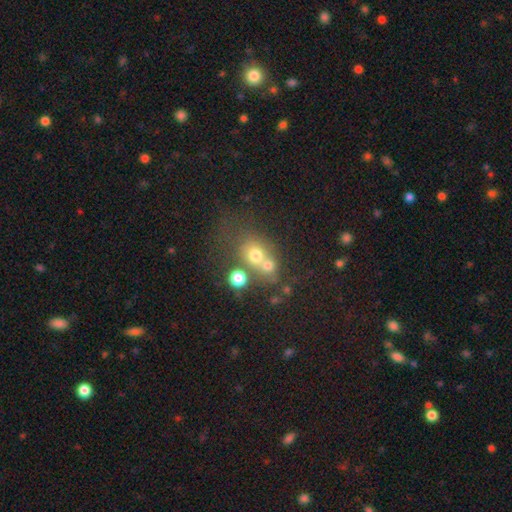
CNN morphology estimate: Smooth or featured: smooth — 64% (featured or disk — 18%)
How rounded: round — 66% (in between — 32%)
Merging: merger — 49% (none — 36%)